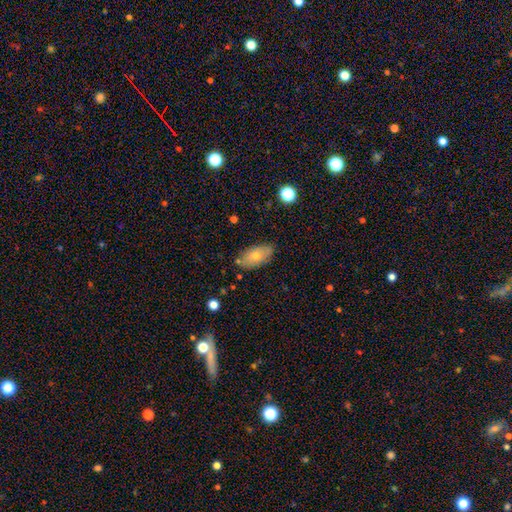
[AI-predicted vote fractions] smooth 65%, featured or disk 26%, star or artifact 9%. Down the decision tree: how rounded — in between (91%); merging — none (79%).